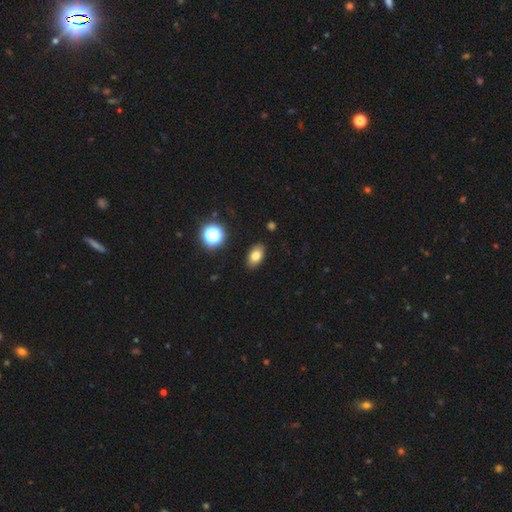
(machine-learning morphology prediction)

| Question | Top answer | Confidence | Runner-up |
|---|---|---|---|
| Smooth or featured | smooth | 79% | star or artifact (12%) |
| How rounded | in between | 87% | round (11%) |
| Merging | none | 88% | minor disturbance (8%) |